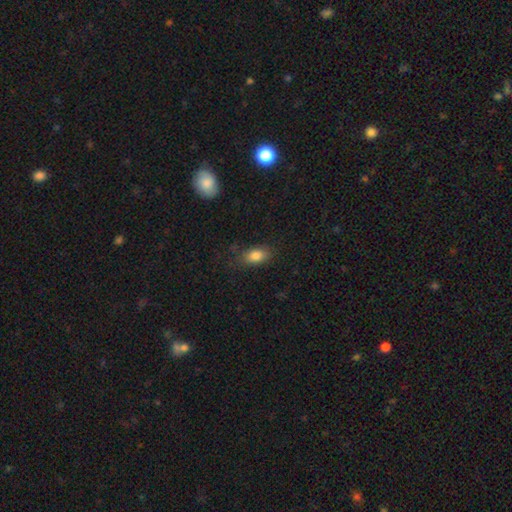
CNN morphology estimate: smooth 84%, star or artifact 9%, featured or disk 7%. Down the decision tree: how rounded — in between (85%); merging — none (77%).